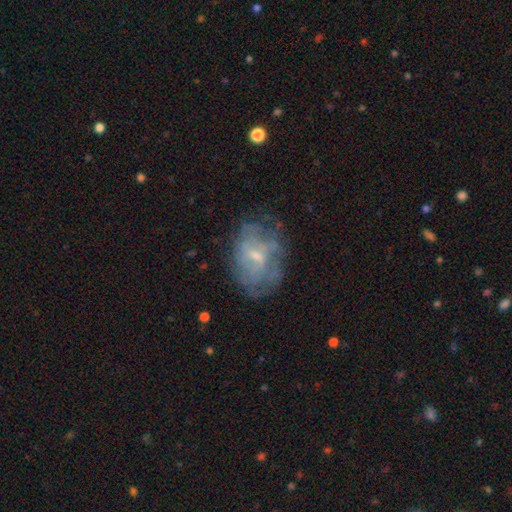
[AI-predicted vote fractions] Smooth or featured? featured or disk (60%)
Edge-on disk? no (96%)
Bar? weak (47%)
Spiral arms? no (60%)
Bulge size? small (57%)
Merging? none (57%)